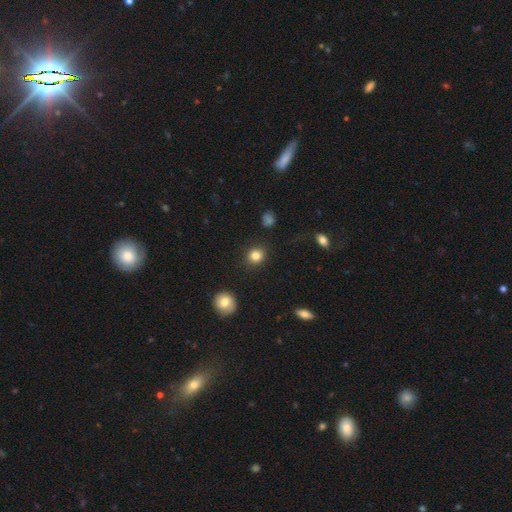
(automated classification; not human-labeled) smooth-or-featured: smooth: 84% | star or artifact: 11% | featured or disk: 5%
  how-rounded: round: 82% | in between: 17% | cigar-shaped: 1%
  merging: none: 89% | minor disturbance: 7% | major disturbance: 3% | merger: 2%